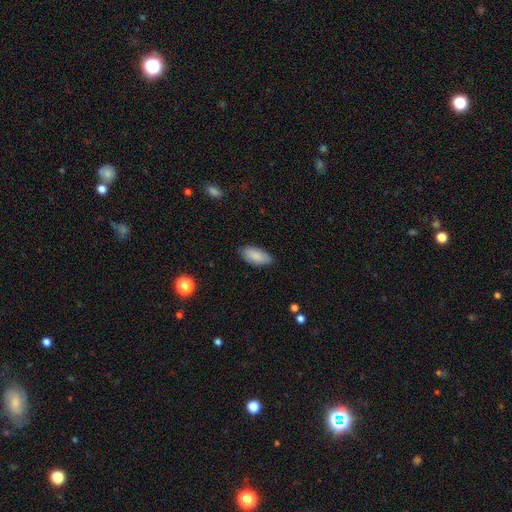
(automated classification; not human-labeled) The model was most divided on "merging": none: 82%, minor disturbance: 15%, major disturbance: 3%, merger: 1%. More confident: how rounded — in between (92%); smooth or featured — smooth (86%).